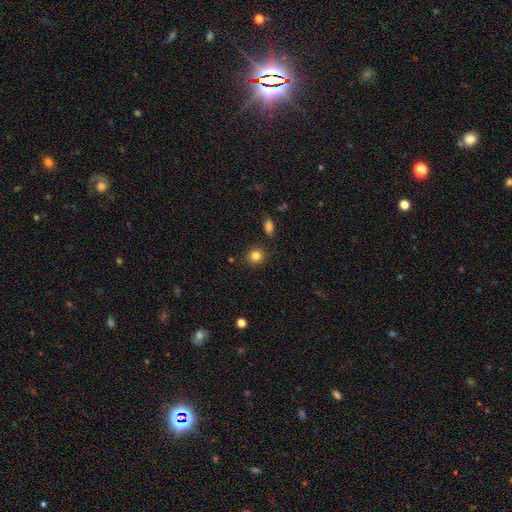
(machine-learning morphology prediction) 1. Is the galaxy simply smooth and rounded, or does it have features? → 84% smooth, 11% star or artifact, 5% featured or disk.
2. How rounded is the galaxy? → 86% round, 13% in between, 1% cigar-shaped.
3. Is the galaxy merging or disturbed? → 88% none, 7% minor disturbance, 2% merger, 2% major disturbance.